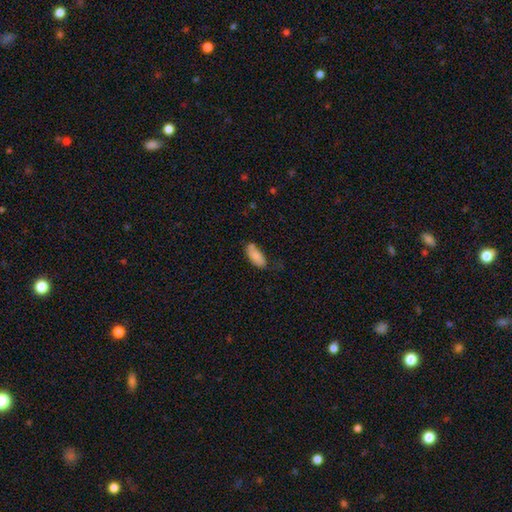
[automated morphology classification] Smooth or featured? Predicted: smooth (p=0.82). How rounded? Predicted: in between (p=0.83). Merging? Predicted: none (p=0.58).